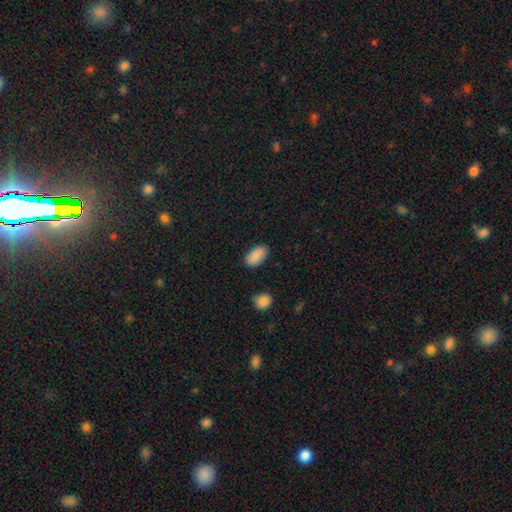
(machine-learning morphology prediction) This appears to be a smooth galaxy with no disk features (89%) that is in between round and cigar-shaped (94%). Merging: none (83%).